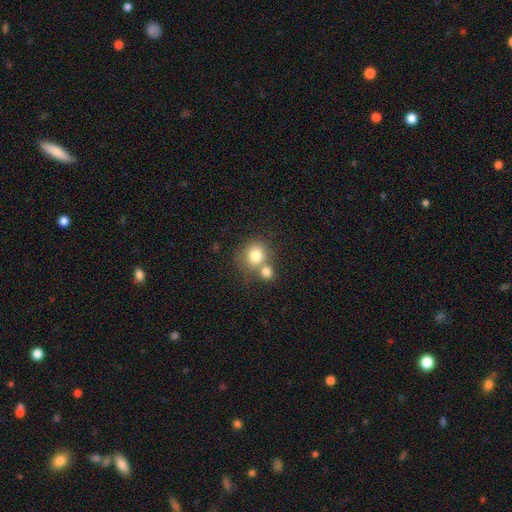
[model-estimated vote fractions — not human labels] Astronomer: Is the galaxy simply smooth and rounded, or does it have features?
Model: smooth — 79%.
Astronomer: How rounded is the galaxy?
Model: round — 82%.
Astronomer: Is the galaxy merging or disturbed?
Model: none — 45% (runner-up: merger, 42%).